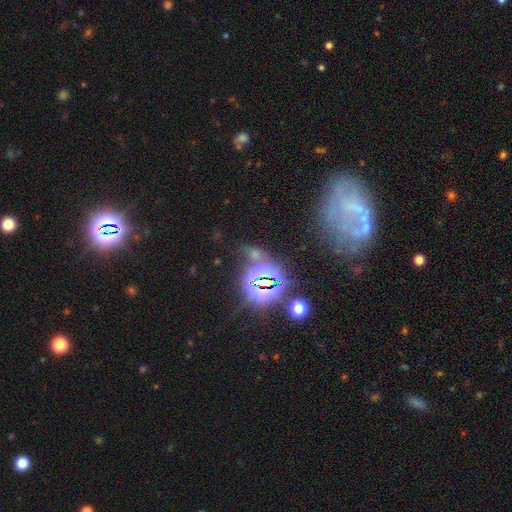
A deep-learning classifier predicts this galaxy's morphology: A star or artifact, not a galaxy (69%).